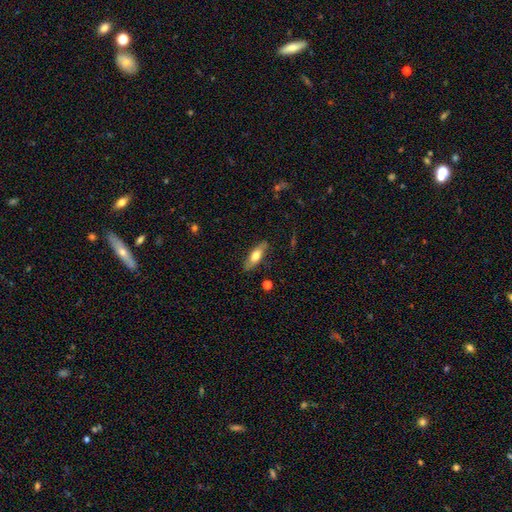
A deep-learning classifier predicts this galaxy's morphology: Smooth or featured: smooth — 65% (featured or disk — 28%)
How rounded: in between — 58% (cigar-shaped — 40%)
Merging: none — 83% (minor disturbance — 13%)